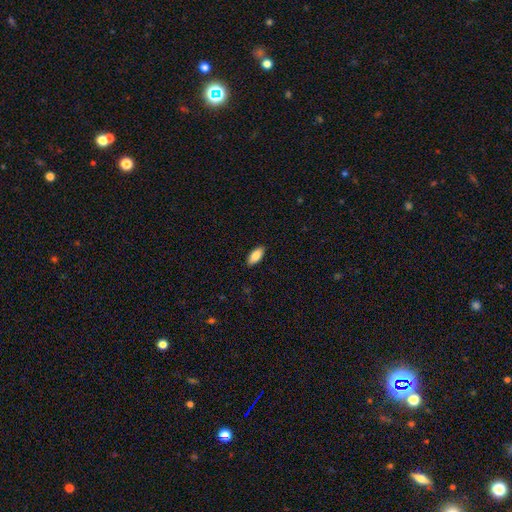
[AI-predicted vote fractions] A smooth galaxy with no disk features (86%) that is in between round and cigar-shaped (90%). Merging: none (89%).